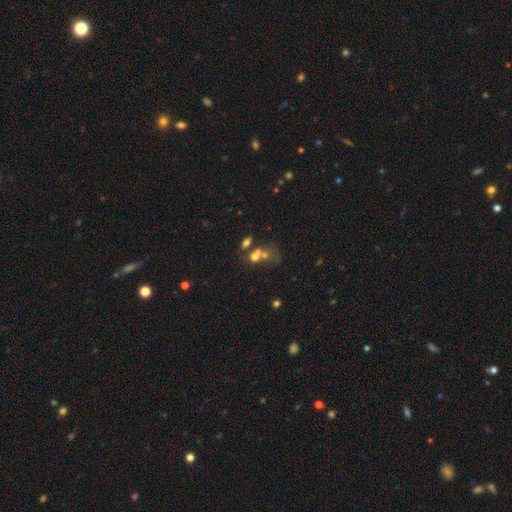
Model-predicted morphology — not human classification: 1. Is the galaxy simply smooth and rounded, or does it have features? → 59% smooth, 23% featured or disk, 18% star or artifact.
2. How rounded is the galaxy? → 50% round, 48% in between, 2% cigar-shaped.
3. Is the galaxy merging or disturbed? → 57% merger, 26% none, 9% major disturbance, 8% minor disturbance.